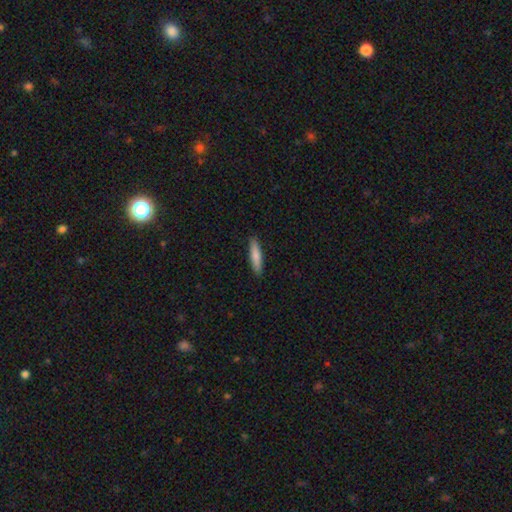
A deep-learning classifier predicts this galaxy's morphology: type=smooth (81%); roundness=cigar-shaped (83%); merging=none (90%).